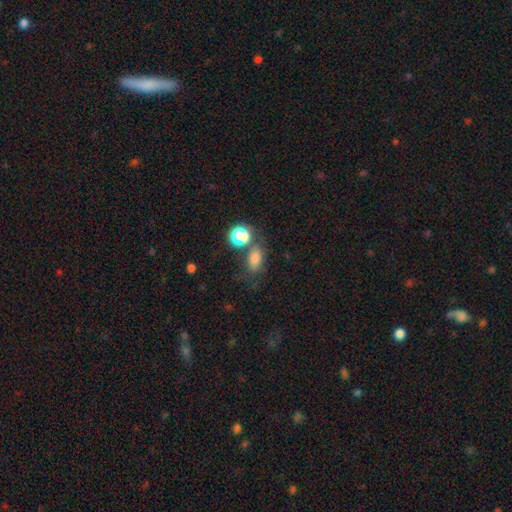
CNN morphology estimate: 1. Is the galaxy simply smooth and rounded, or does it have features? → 67% smooth, 23% star or artifact, 9% featured or disk.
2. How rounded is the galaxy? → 69% in between, 29% round, 3% cigar-shaped.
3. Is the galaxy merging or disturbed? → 58% none, 20% merger, 15% minor disturbance, 7% major disturbance.